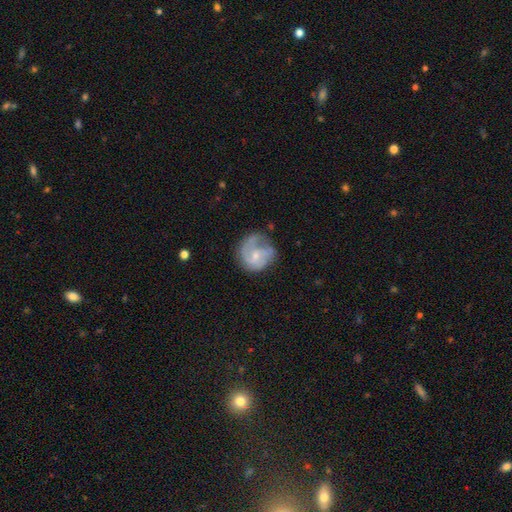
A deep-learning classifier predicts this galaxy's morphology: A featured or disk galaxy (65%) with no bar (54%), 2 (42%) medium (44%) spiral arms (80%) and a small central bulge (61%).

Vote fractions:
- Smooth or featured? featured or disk: 65% / smooth: 28% / star or artifact: 7%
- Edge-on disk? no: 98% / yes: 2%
- Bar? no: 54% / weak: 40% / strong: 6%
- Spiral arms? yes: 80% / no: 20%
- Spiral winding? medium: 44% / loose: 29% / tight: 27%
- Spiral arm count? 2: 42% / can't tell: 22% / 1: 19% / 3: 12% / 4: 3% / more than 4: 2%
- Bulge size? small: 61% / moderate: 31% / none: 6% / large: 1% / dominant: 1%
- Merging? none: 49% / minor disturbance: 26% / major disturbance: 22% / merger: 3%